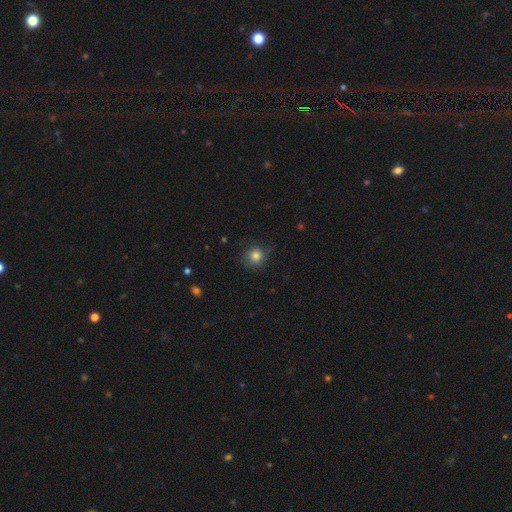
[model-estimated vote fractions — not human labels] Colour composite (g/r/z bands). It shows a smooth galaxy with no disk features (82%) that is round (87%). Merging: none (77%).